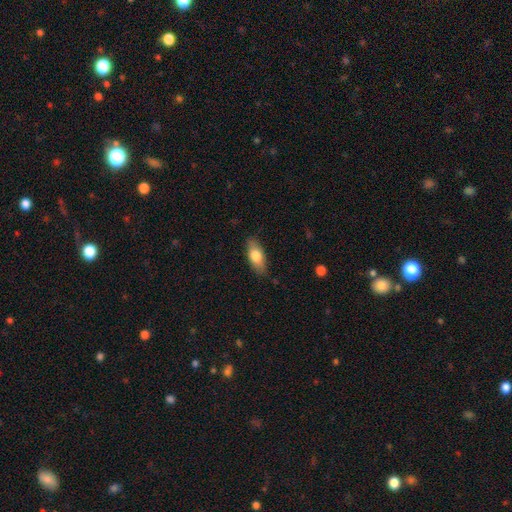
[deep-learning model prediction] A smooth galaxy with no disk features (76%) that is in between round and cigar-shaped (80%).

Vote fractions:
- Smooth or featured? smooth: 76% / featured or disk: 18% / star or artifact: 6%
- How rounded? in between: 80% / cigar-shaped: 17% / round: 3%
- Merging? none: 85% / minor disturbance: 12% / major disturbance: 2% / merger: 1%